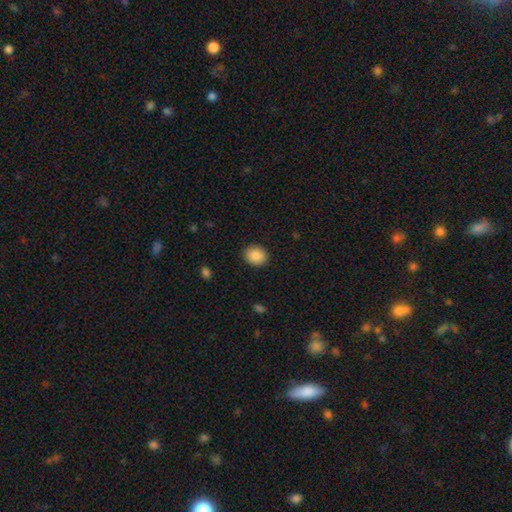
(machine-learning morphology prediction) Smooth or featured: smooth — 88% (star or artifact — 8%)
How rounded: round — 64% (in between — 35%)
Merging: none — 90% (minor disturbance — 7%)